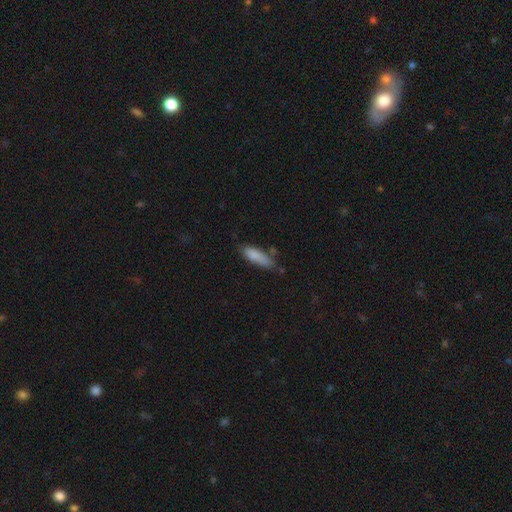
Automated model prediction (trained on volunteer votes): Smooth or featured? smooth (84%)
How rounded? in between (52%)
Merging? none (60%)